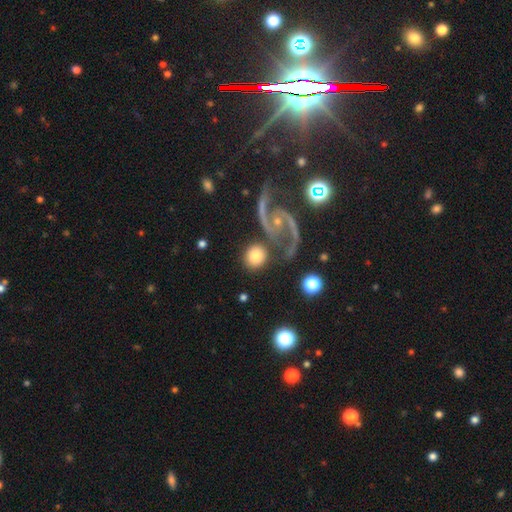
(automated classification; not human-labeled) Morphology: type=smooth (71%); roundness=round (84%); merging=none (73%).